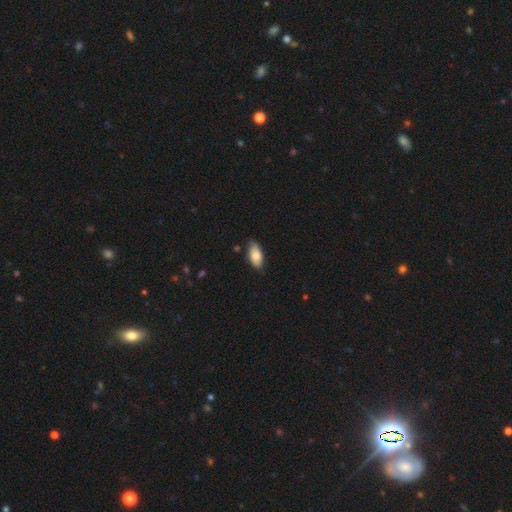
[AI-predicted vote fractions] The model was most divided on "merging": none: 74%, minor disturbance: 21%, major disturbance: 3%, merger: 2%. More confident: how rounded — in between (91%); smooth or featured — smooth (81%).